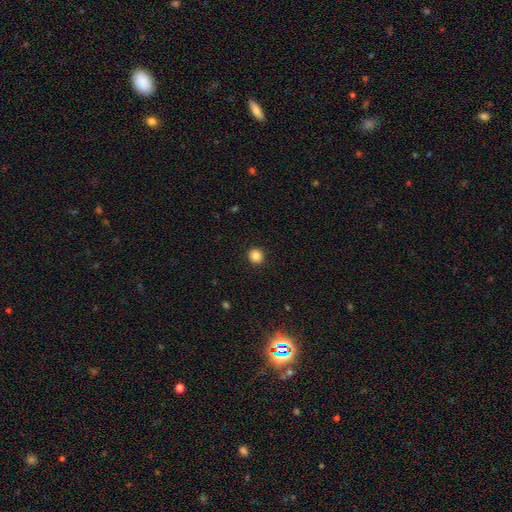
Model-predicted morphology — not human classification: type=smooth (85%); roundness=round (89%); merging=none (93%).